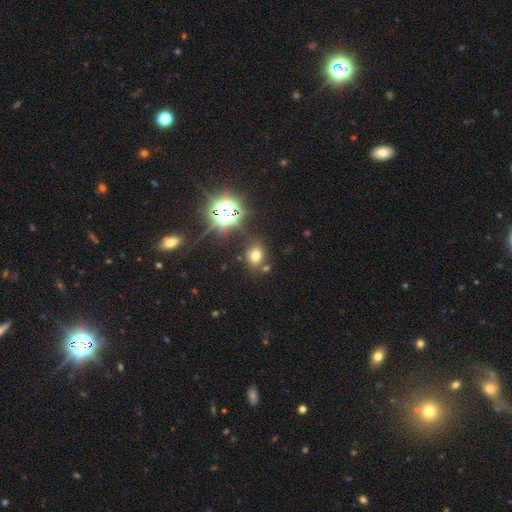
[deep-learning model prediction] Smooth or featured: smooth — 63% (star or artifact — 26%)
How rounded: in between — 50% (round — 48%)
Merging: none — 75% (minor disturbance — 13%)